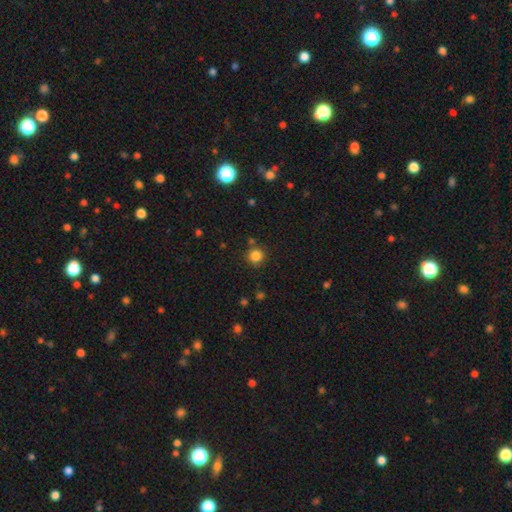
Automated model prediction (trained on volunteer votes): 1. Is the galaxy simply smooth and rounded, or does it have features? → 83% smooth, 13% star or artifact, 4% featured or disk.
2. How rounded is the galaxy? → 94% round, 5% in between, 1% cigar-shaped.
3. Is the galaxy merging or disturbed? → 83% none, 8% minor disturbance, 6% merger, 3% major disturbance.